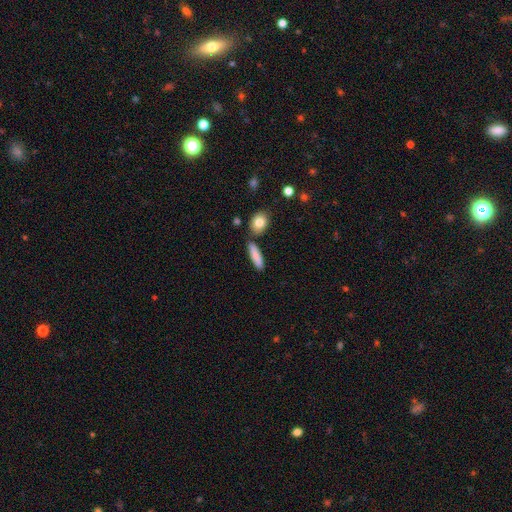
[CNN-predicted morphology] Smooth or featured?
  - smooth: 84% *
  - featured or disk: 10%
  - star or artifact: 6%
How rounded?
  - cigar-shaped: 67% *
  - in between: 30%
  - round: 3%
Merging?
  - none: 80% *
  - minor disturbance: 11%
  - merger: 6%
  - major disturbance: 3%